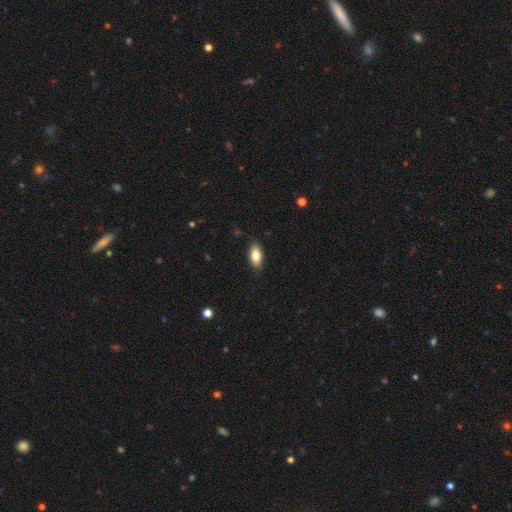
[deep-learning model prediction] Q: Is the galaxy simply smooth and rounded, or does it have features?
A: smooth — 82%.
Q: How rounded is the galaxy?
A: in between — 91%.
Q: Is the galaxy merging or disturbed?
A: none — 86%.